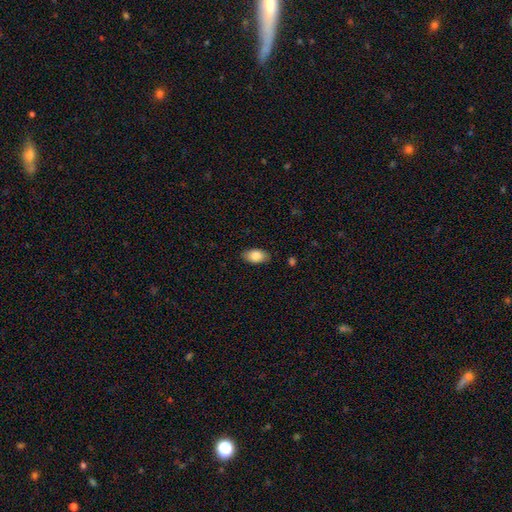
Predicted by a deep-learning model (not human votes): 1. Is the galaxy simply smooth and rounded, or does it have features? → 85% smooth, 8% featured or disk, 7% star or artifact.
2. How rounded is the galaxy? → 93% in between, 5% round, 2% cigar-shaped.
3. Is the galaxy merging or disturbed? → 86% none, 10% minor disturbance, 2% major disturbance, 1% merger.